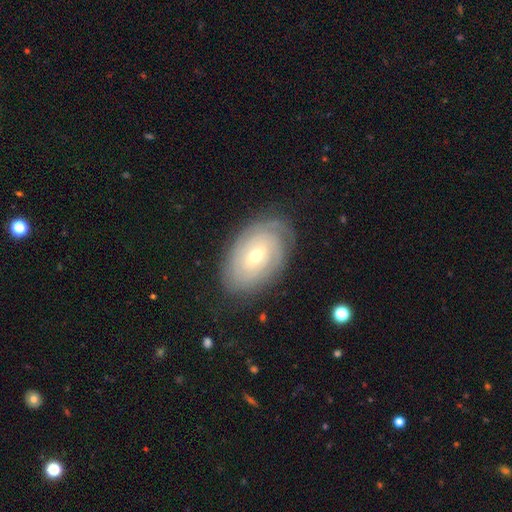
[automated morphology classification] Overall: featured or disk (77%). Edge-on disk: no (94%). Bar: weak (44%; no 42%). Spiral arms: yes (89%). Spiral arm count: can't tell (53%; 2 17%). Spiral winding: tight (81%). Bulge size: small (55%; moderate 42%). Merging: none (79%).